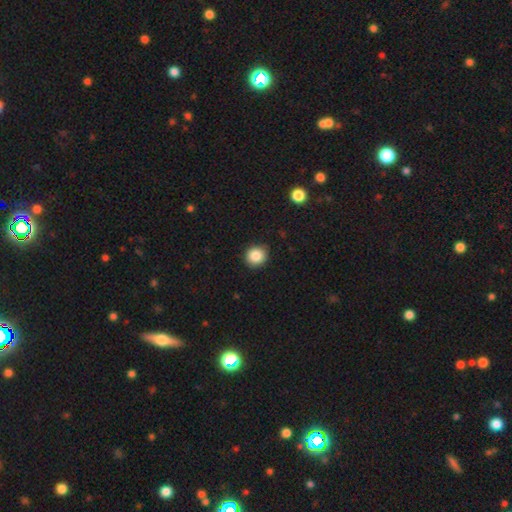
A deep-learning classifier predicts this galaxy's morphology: smooth 86%, star or artifact 9%, featured or disk 4%. Down the decision tree: how rounded — round (91%); merging — none (89%).